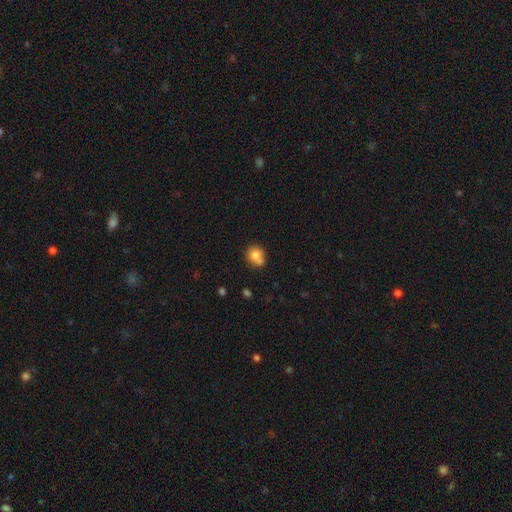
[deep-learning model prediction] Smooth or featured: smooth — 77% (featured or disk — 13%)
How rounded: round — 76% (in between — 23%)
Merging: none — 48% (merger — 32%)